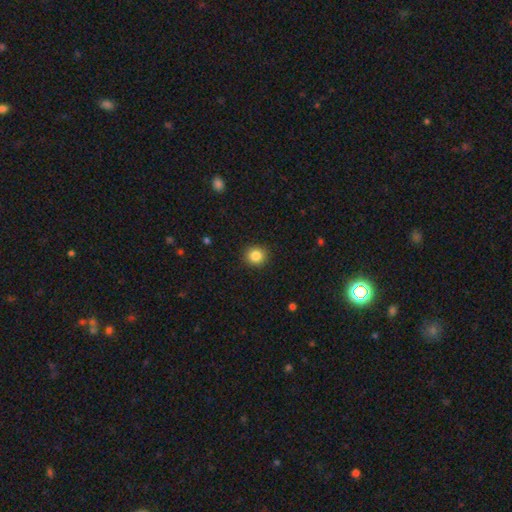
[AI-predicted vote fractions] smooth 85%, star or artifact 10%, featured or disk 5%. Down the decision tree: how rounded — round (89%); merging — none (91%).